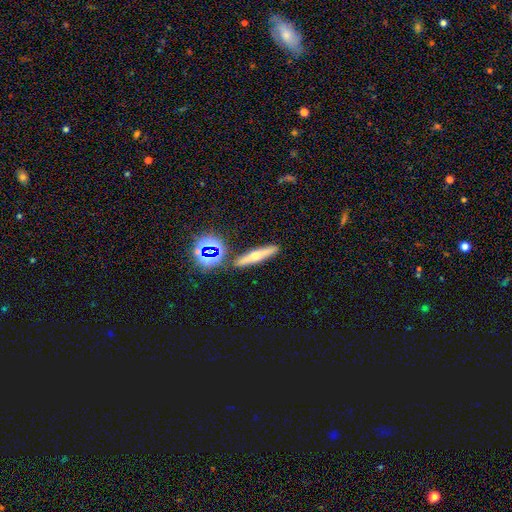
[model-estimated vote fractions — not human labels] Smooth or featured? featured or disk (49%)
Merging? none (86%)